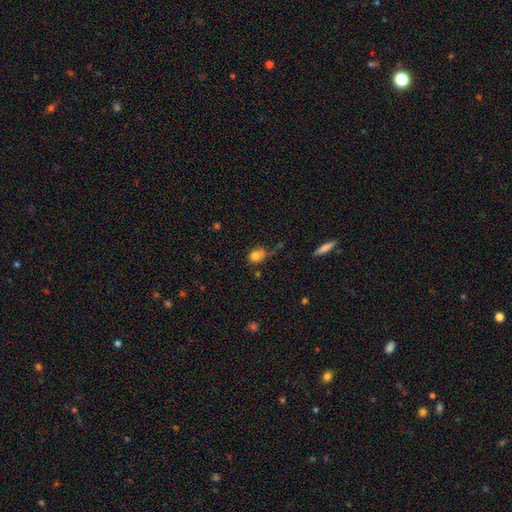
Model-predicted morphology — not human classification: The model was most divided on "how rounded": round: 56%, in between: 42%, cigar-shaped: 2%. Remaining: smooth or featured — smooth (78%); merging — none (47%).